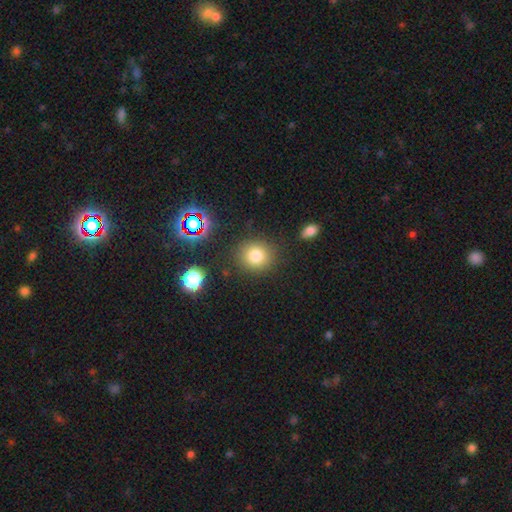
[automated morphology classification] Smooth or featured? Predicted: smooth (p=0.79). How rounded? Predicted: round (p=0.83). Merging? Predicted: none (p=0.85).